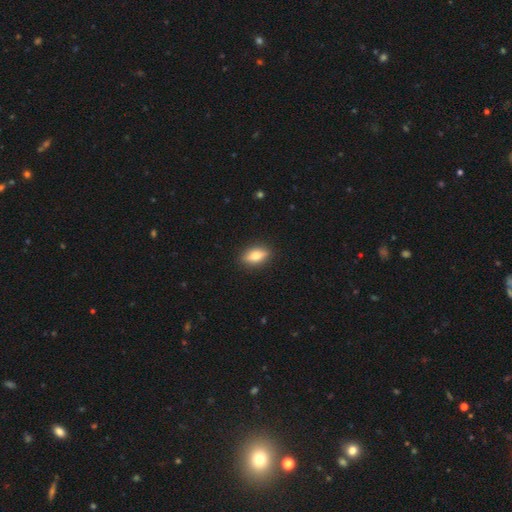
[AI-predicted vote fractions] smooth 70%, featured or disk 23%, star or artifact 7%. Down the decision tree: how rounded — in between (77%); merging — none (88%).